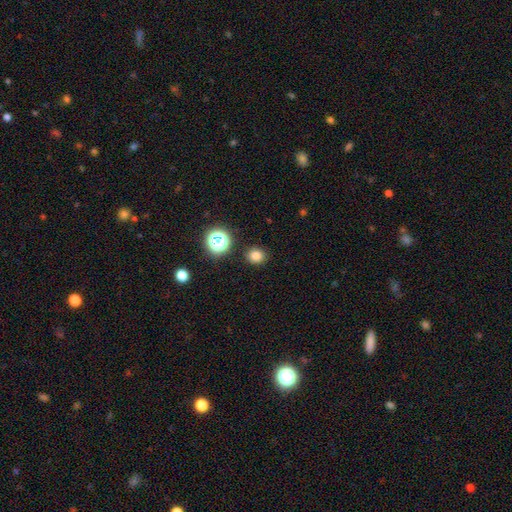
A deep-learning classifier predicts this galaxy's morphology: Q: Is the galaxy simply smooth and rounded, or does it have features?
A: smooth — 79%.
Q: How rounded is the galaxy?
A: round — 81%.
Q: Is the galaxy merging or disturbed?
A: none — 89%.